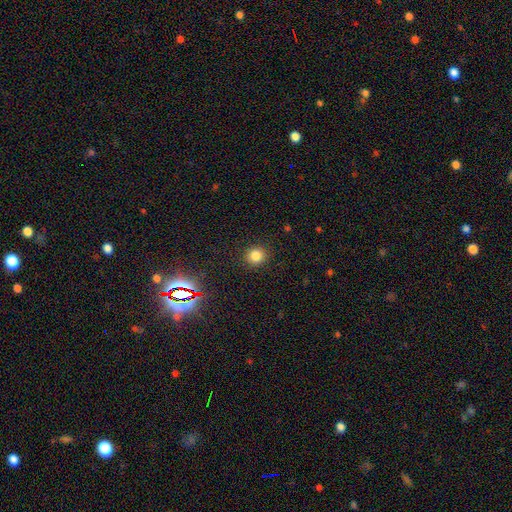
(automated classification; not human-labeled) Smooth or featured? smooth (81%)
How rounded? round (90%)
Merging? none (90%)